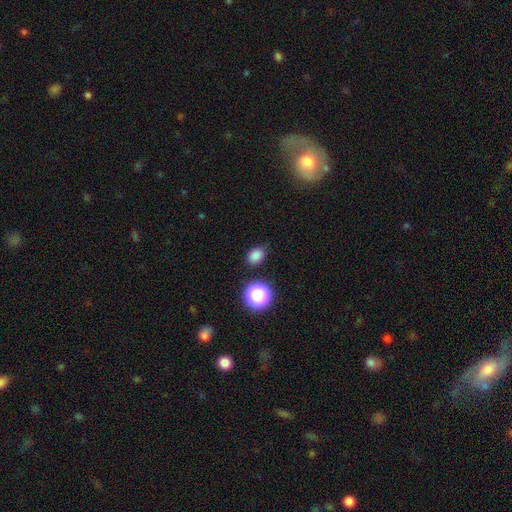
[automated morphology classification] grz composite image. It shows a smooth galaxy with no disk features (82%) that is in between round and cigar-shaped (54%). Merging: none (85%).